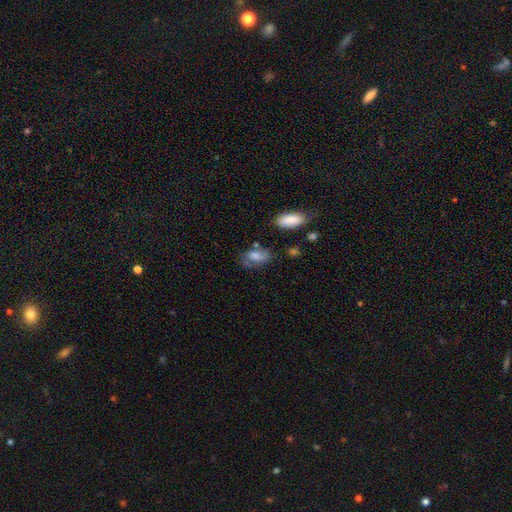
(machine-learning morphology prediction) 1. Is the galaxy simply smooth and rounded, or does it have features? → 70% smooth, 21% featured or disk, 9% star or artifact.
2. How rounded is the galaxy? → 89% in between, 7% round, 4% cigar-shaped.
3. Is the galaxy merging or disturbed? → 50% none, 29% minor disturbance, 13% major disturbance, 8% merger.